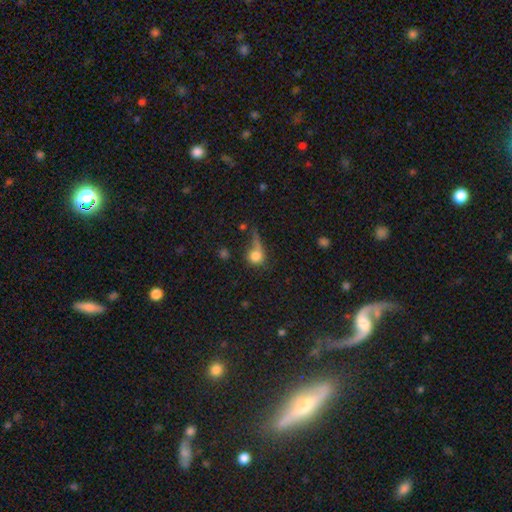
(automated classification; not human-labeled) Morphology: type=smooth (75%); roundness=round (74%); merging=none (37%).